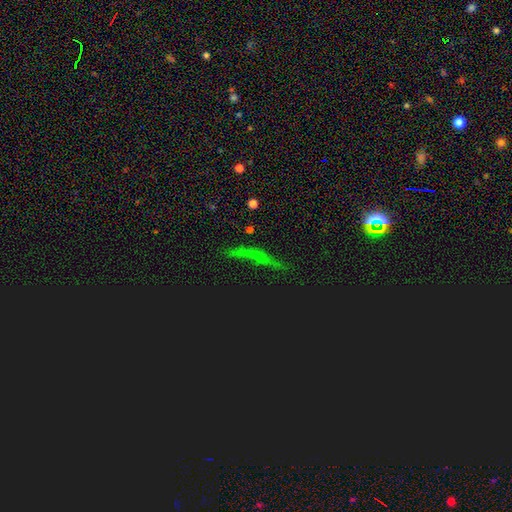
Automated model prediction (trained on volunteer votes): Smooth or featured?
  - star or artifact: 50% *
  - smooth: 29%
  - featured or disk: 21%